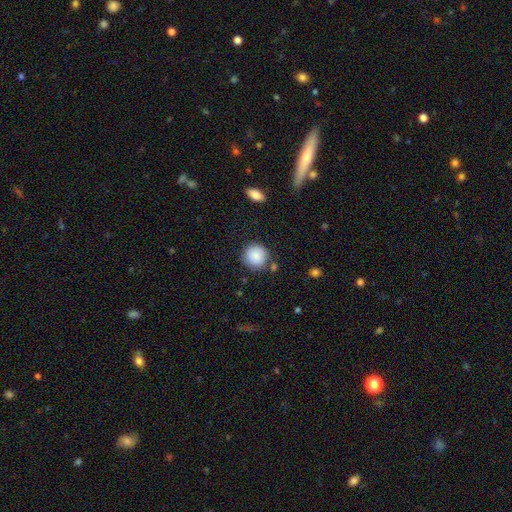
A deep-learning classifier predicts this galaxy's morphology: smooth-or-featured: smooth: 86% | star or artifact: 8% | featured or disk: 6%
  how-rounded: round: 93% | in between: 6% | cigar-shaped: 1%
  merging: none: 82% | minor disturbance: 10% | merger: 4% | major disturbance: 3%